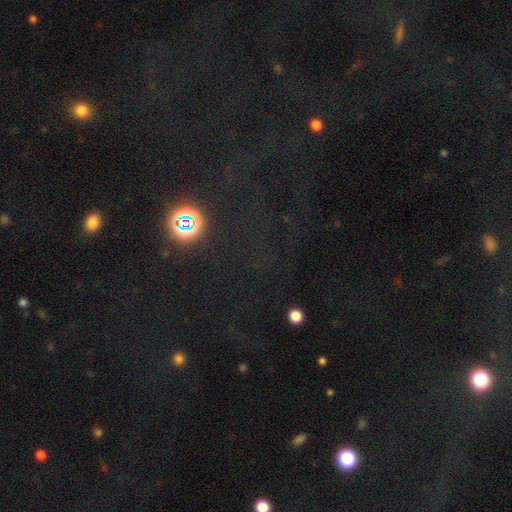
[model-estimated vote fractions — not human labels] This is likely a star or artifact rather than a galaxy (72%).